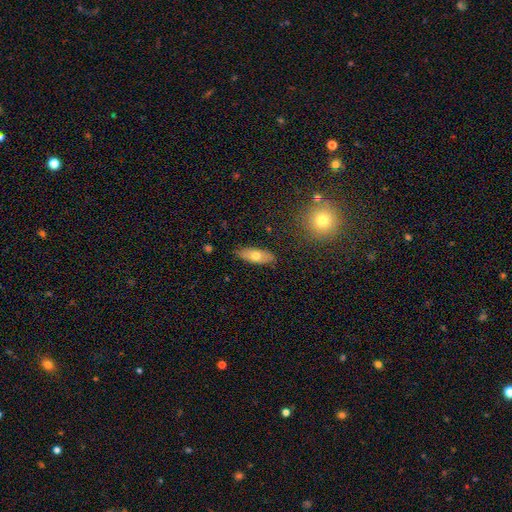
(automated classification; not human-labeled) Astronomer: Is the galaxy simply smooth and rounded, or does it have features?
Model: smooth — 64%.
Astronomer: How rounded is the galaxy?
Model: in between — 74%.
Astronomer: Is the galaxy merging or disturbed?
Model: none — 83%.